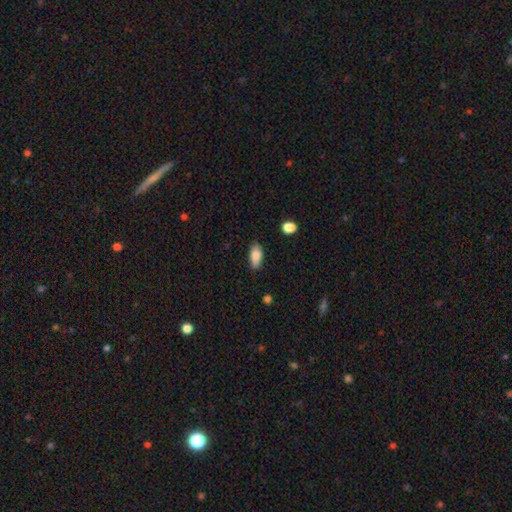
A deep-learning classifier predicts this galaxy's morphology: Overall: smooth (84%). How rounded: in between (88%). Merging: none (81%).